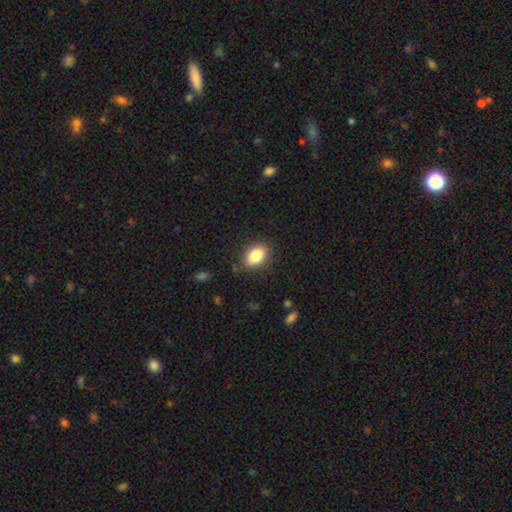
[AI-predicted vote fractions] smooth 85%, star or artifact 8%, featured or disk 7%. Down the decision tree: how rounded — in between (83%); merging — none (85%).